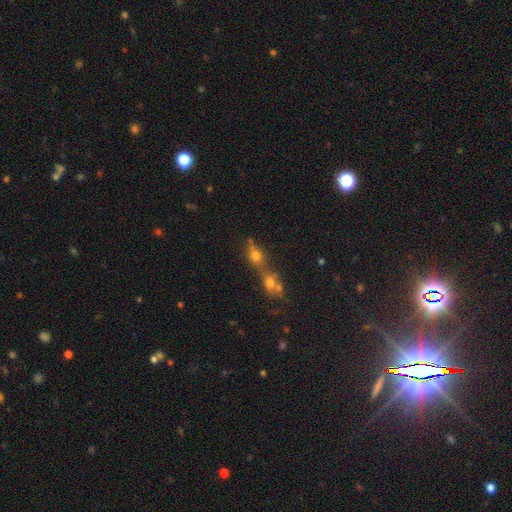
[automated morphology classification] This is likely a smooth galaxy (62%). How rounded: possibly round (53%). Merging: possibly merger (60%).